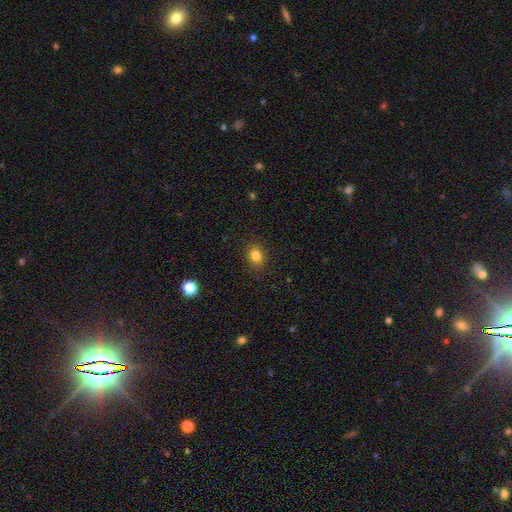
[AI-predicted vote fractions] smooth-or-featured: smooth: 82% | star or artifact: 12% | featured or disk: 6%
  how-rounded: round: 55% | in between: 43% | cigar-shaped: 1%
  merging: none: 87% | minor disturbance: 9% | major disturbance: 3% | merger: 1%